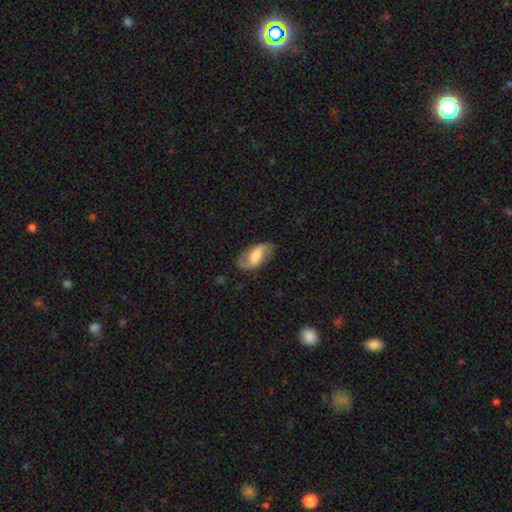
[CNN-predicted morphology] The model was most divided on "bulge size": large: 31%, none: 25%, moderate: 23%, small: 15%, dominant: 6%. Remaining: edge-on disk — no (95%); spiral arm count — 2 (90%); spiral arms — yes (89%); merging — none (78%); smooth or featured — featured or disk (63%); spiral winding — loose (54%); bar — weak (42%).